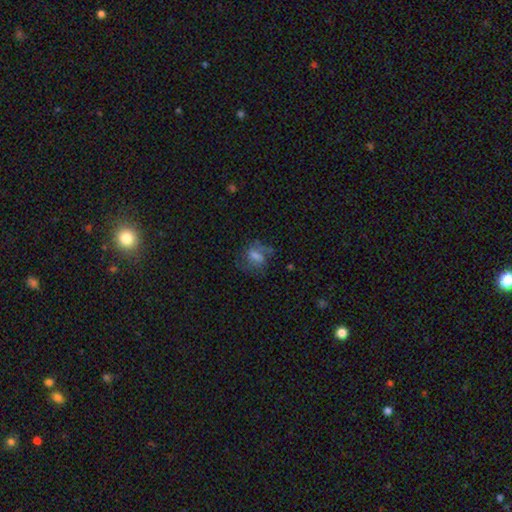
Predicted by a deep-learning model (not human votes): Smooth or featured? smooth (49%)
Merging? none (47%)